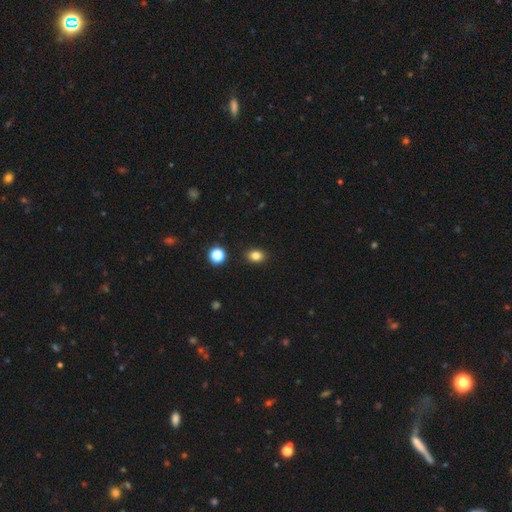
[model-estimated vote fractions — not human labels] This appears to be a smooth galaxy with no disk features (83%) that is in between round and cigar-shaped (61%). Merging: none (89%).